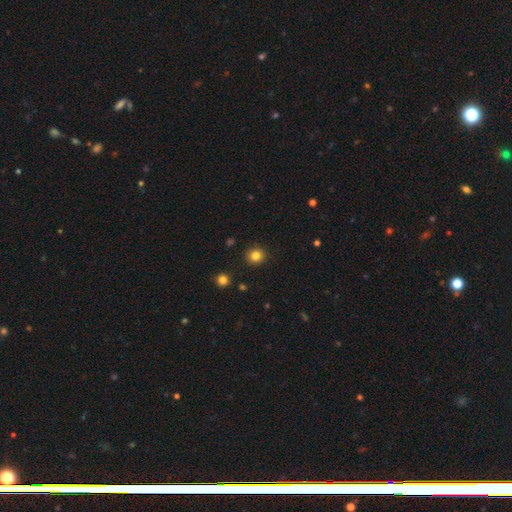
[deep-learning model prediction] smooth_or_featured: smooth (p=0.82) [alt: star or artifact p=0.12]
how_rounded: round (p=0.88) [alt: in between p=0.11]
merging: none (p=0.91) [alt: minor disturbance p=0.06]